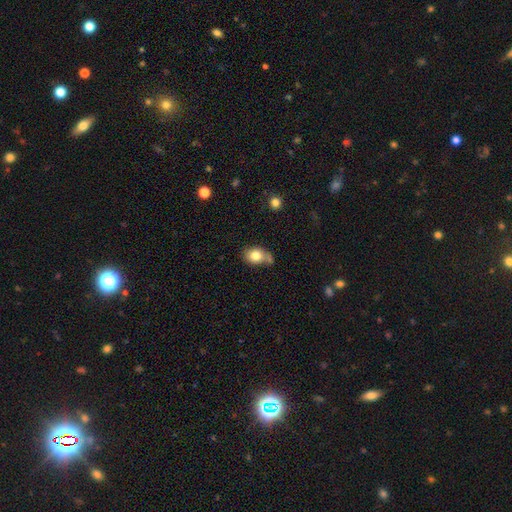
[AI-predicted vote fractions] Smooth or featured: smooth — 79% (featured or disk — 13%)
How rounded: in between — 65% (round — 34%)
Merging: none — 48% (minor disturbance — 27%)